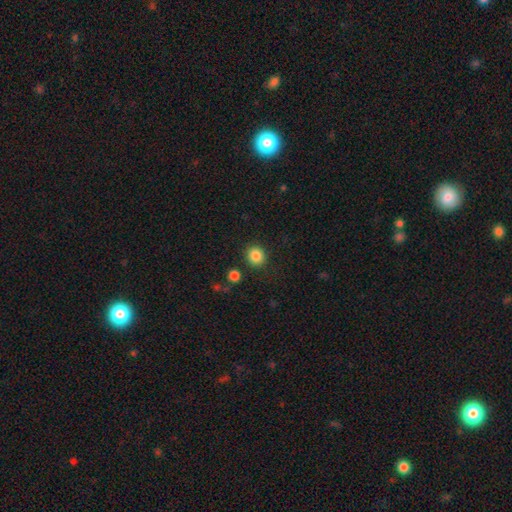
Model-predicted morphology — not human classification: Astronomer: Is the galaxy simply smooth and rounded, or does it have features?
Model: smooth — 86%.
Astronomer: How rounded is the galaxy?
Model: round — 86%.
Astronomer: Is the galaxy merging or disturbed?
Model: none — 88%.